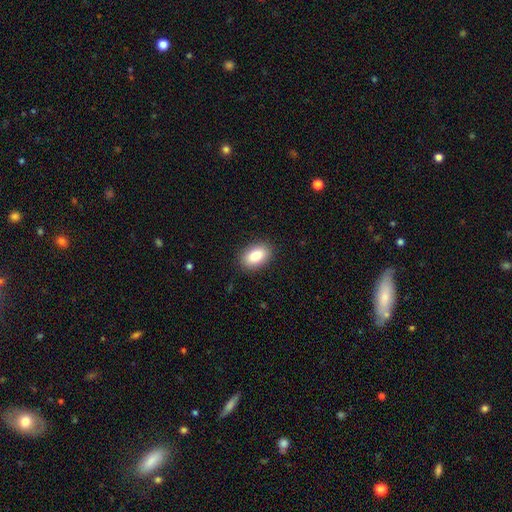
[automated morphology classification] smooth-or-featured: smooth: 84% | featured or disk: 8% | star or artifact: 8%
  how-rounded: in between: 89% | round: 10% | cigar-shaped: 1%
  merging: none: 88% | minor disturbance: 8% | major disturbance: 2% | merger: 1%